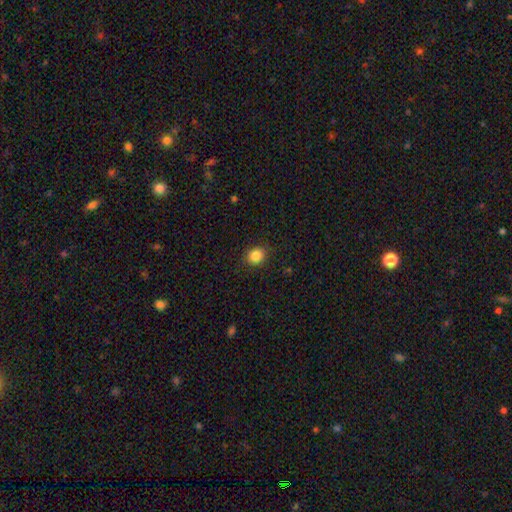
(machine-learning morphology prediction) smooth-or-featured: smooth: 85% | star or artifact: 10% | featured or disk: 4%
  how-rounded: round: 71% | in between: 28% | cigar-shaped: 1%
  merging: none: 89% | minor disturbance: 8% | major disturbance: 2% | merger: 1%